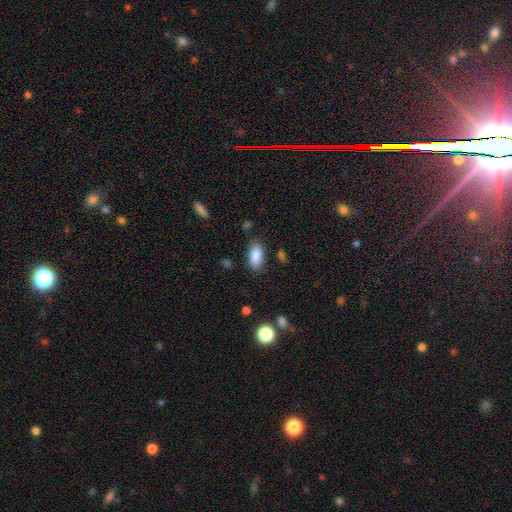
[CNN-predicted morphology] This appears to be a smooth galaxy with no disk features (88%) that is in between round and cigar-shaped (89%). Merging: none (84%).